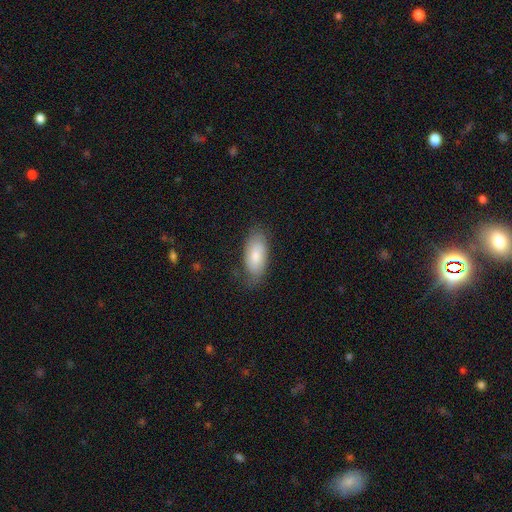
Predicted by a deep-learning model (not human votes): A smooth galaxy with no disk features (73%) that is in between round and cigar-shaped (91%).

Vote fractions:
- Smooth or featured? smooth: 73% / featured or disk: 21% / star or artifact: 6%
- How rounded? in between: 91% / cigar-shaped: 7% / round: 2%
- Merging? none: 69% / minor disturbance: 23% / major disturbance: 6% / merger: 1%